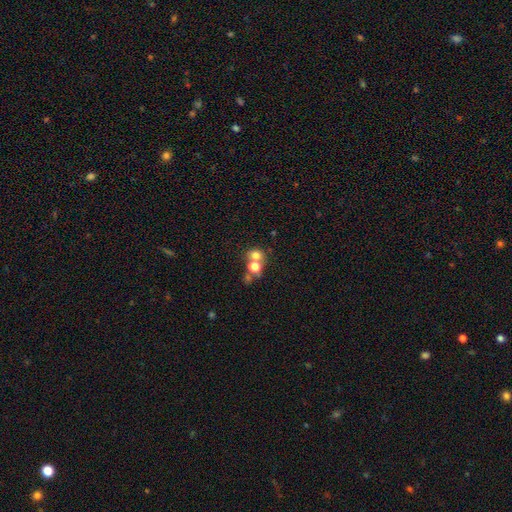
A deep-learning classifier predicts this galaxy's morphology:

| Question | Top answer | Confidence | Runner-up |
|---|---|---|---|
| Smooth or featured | smooth | 70% | star or artifact (16%) |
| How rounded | round | 72% | in between (27%) |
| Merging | merger | 48% | none (41%) |